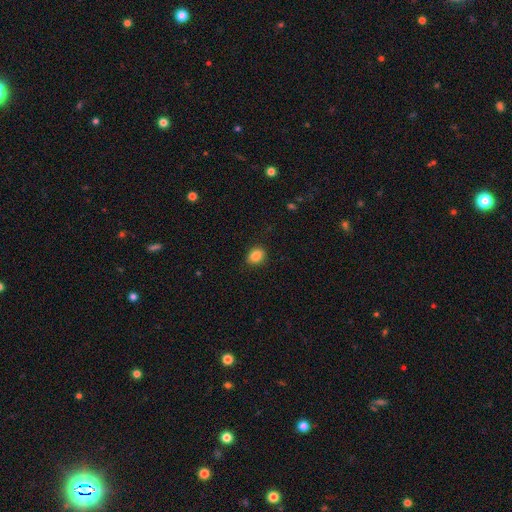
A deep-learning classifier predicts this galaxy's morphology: A smooth galaxy with no disk features (87%) that is in between round and cigar-shaped (50%). Merging: none (86%).